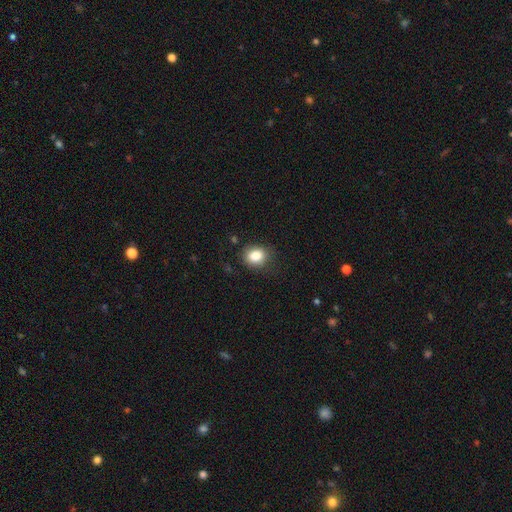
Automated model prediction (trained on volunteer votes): A smooth galaxy with no disk features (85%) that is round (54%). Merging: none (78%).